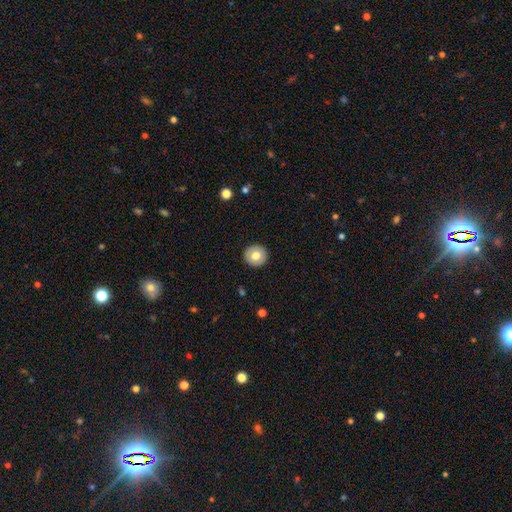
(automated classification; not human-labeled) Overall: smooth (72%). How rounded: round (94%). Merging: none (92%).